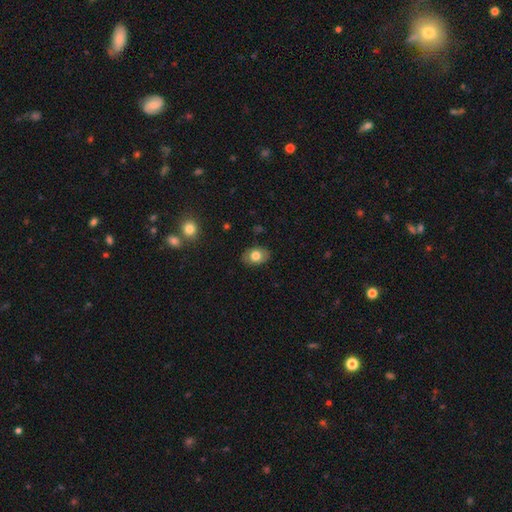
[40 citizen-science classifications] Morphology: type=smooth (65%); roundness=in between (77%); merging=none (86%).